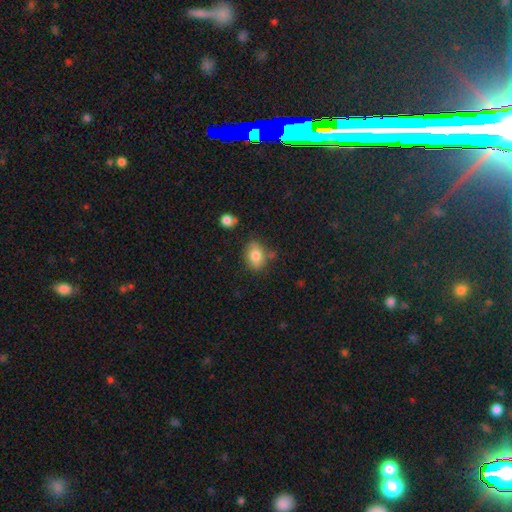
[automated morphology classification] This appears to be a smooth galaxy with no disk features (80%) that is in between round and cigar-shaped (66%). Merging: none (70%).